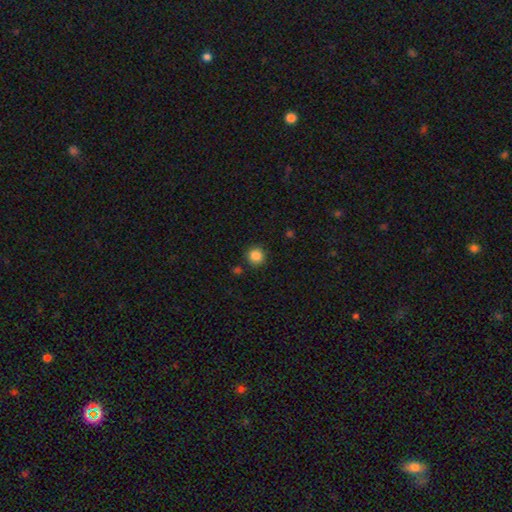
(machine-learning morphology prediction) Smooth or featured: smooth — 86% (star or artifact — 10%)
How rounded: round — 93% (in between — 6%)
Merging: none — 89% (minor disturbance — 7%)